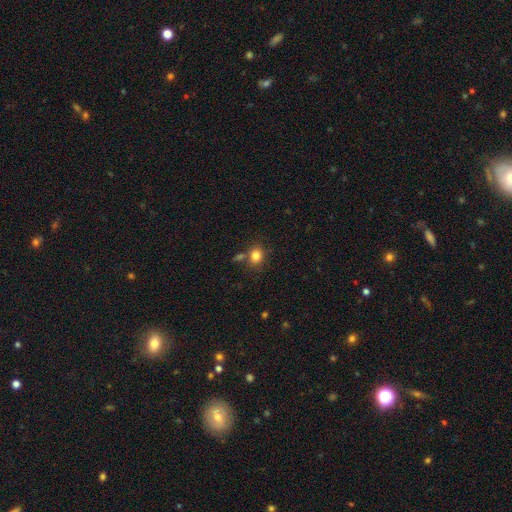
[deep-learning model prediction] smooth-or-featured: smooth: 82% | star or artifact: 11% | featured or disk: 7%
  how-rounded: round: 58% | in between: 41% | cigar-shaped: 1%
  merging: none: 68% | merger: 15% | minor disturbance: 12% | major disturbance: 4%